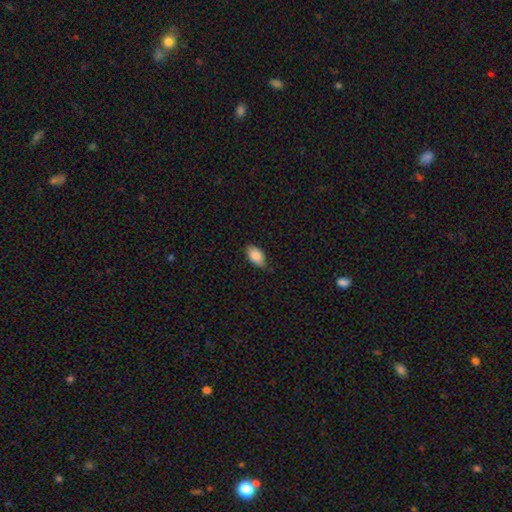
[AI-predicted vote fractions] Q: Smooth or featured?
A: smooth (87%); runner-up: star or artifact (7%)
Q: How rounded?
A: in between (93%); runner-up: round (4%)
Q: Merging?
A: none (77%); runner-up: minor disturbance (19%)